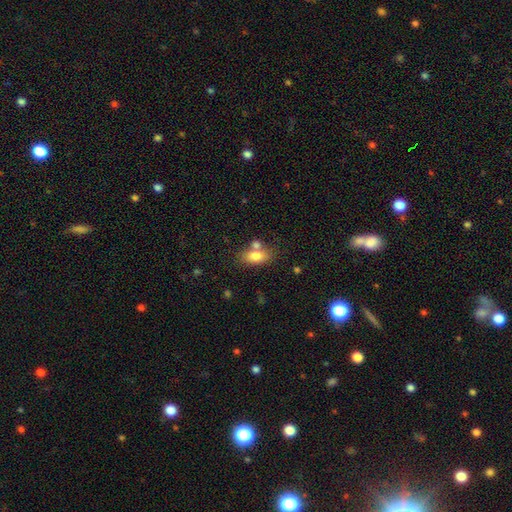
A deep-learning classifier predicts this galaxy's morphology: Smooth or featured? smooth (80%)
How rounded? in between (86%)
Merging? none (57%)